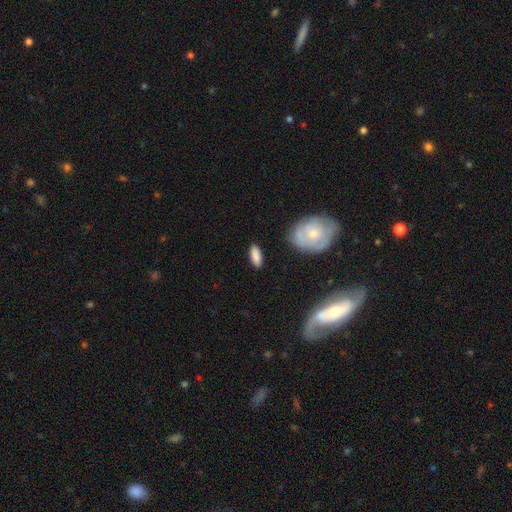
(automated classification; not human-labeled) Smooth or featured? smooth (86%)
How rounded? in between (76%)
Merging? none (84%)